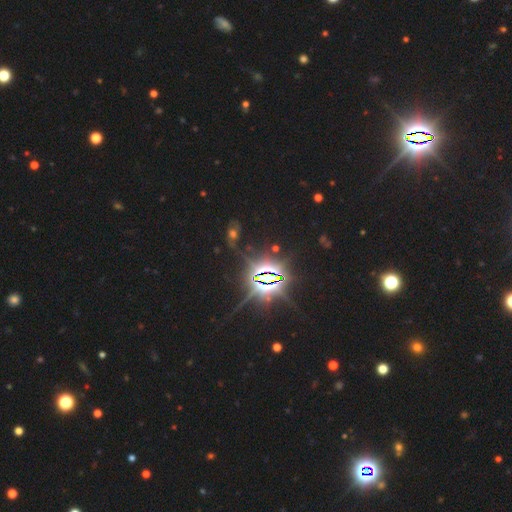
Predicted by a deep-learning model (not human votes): This appears to be a star or artifact, not a galaxy (84%).